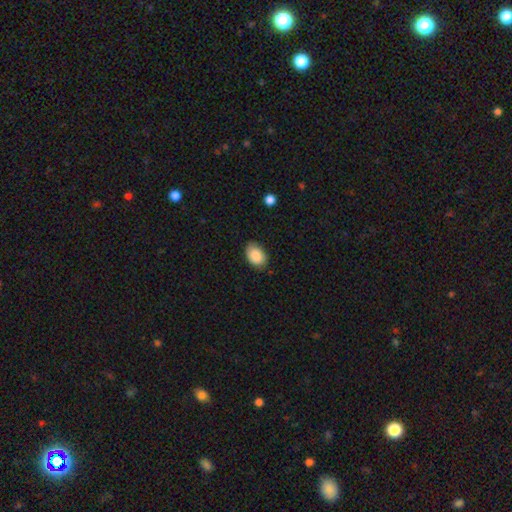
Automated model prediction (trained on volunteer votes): smooth 87%, featured or disk 7%, star or artifact 7%. Down the decision tree: how rounded — in between (85%); merging — none (78%).